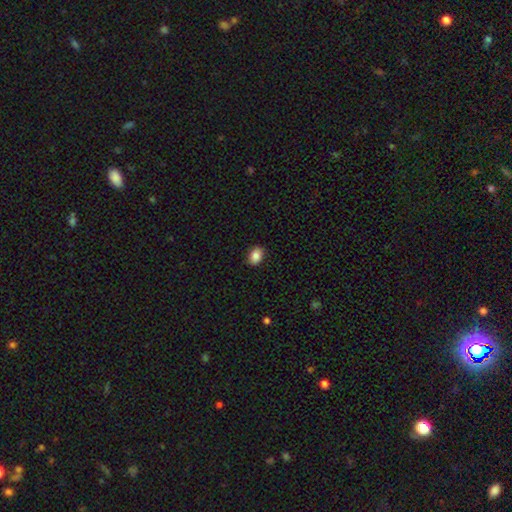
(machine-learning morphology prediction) Overall: smooth (86%). How rounded: in between (74%). Merging: none (88%).